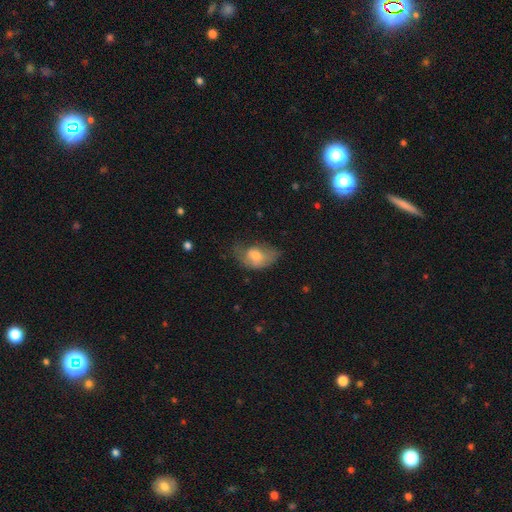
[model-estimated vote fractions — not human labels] smooth 64%, featured or disk 29%, star or artifact 8%. Down the decision tree: how rounded — in between (85%); merging — minor disturbance (37%).